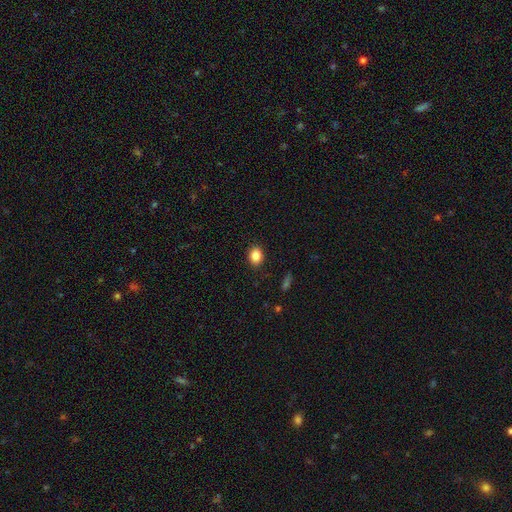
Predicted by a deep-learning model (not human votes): A smooth galaxy with no disk features (87%) that is in between round and cigar-shaped (58%).

Vote fractions:
- Smooth or featured? smooth: 87% / star or artifact: 9% / featured or disk: 4%
- How rounded? in between: 58% / round: 41% / cigar-shaped: 1%
- Merging? none: 88% / minor disturbance: 9% / major disturbance: 2% / merger: 1%